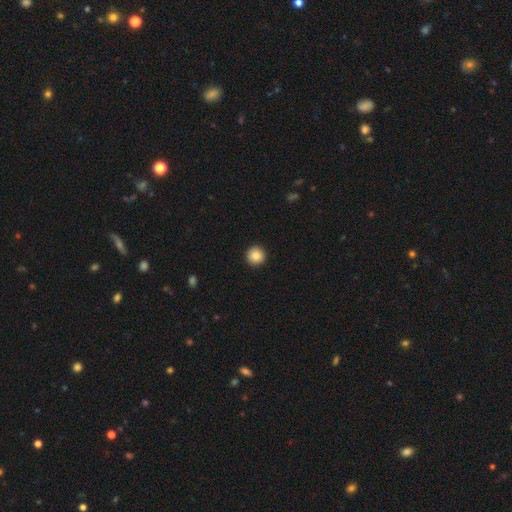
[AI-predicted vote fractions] Overall: smooth (87%). How rounded: round (96%). Merging: none (93%).